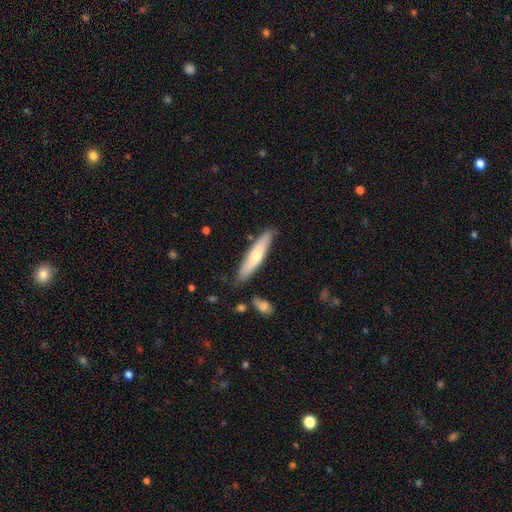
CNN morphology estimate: Smooth or featured: smooth — 63% (featured or disk — 32%)
How rounded: cigar-shaped — 83% (in between — 16%)
Merging: none — 83% (minor disturbance — 12%)